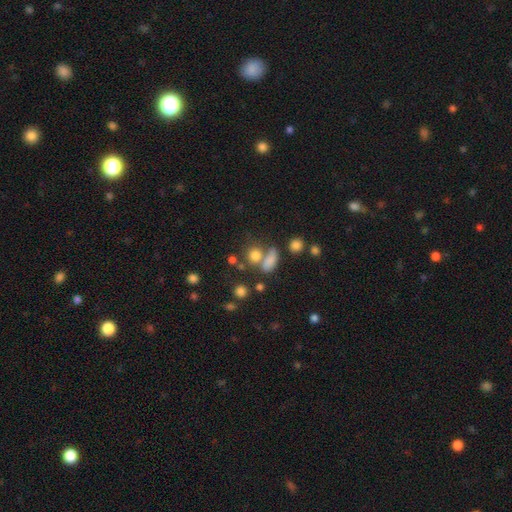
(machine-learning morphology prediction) This appears to be a smooth galaxy with no disk features (63%) that is round (52%). Merging: none (50%).